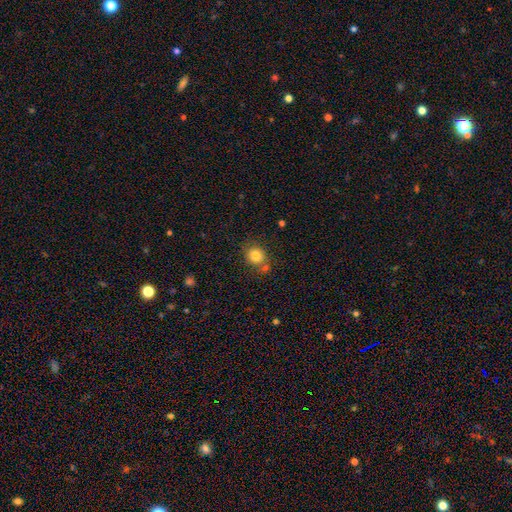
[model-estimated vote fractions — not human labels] This appears to be a smooth galaxy with no disk features (83%) that is round (75%). Merging: none (66%).